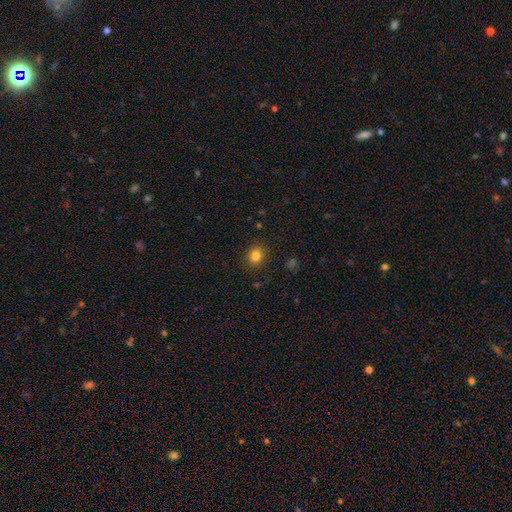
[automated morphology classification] type=smooth (83%); roundness=round (69%); merging=none (89%).